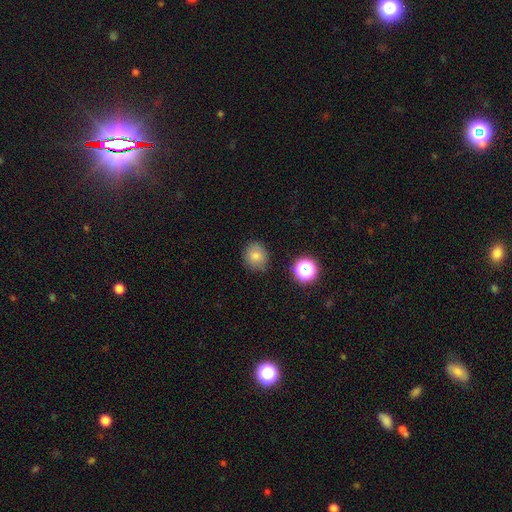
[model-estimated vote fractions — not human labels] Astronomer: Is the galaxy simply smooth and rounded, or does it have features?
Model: smooth — 78%.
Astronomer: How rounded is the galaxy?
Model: round — 81%.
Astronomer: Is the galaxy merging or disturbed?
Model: none — 81%.